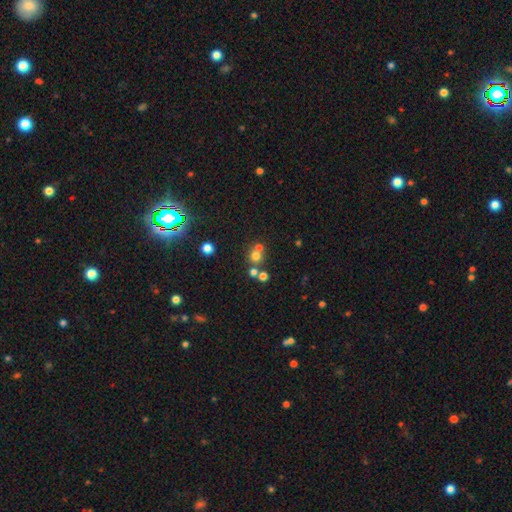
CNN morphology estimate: Overall: smooth (65%). How rounded: round (88%). Merging: none (55%; merger 35%).